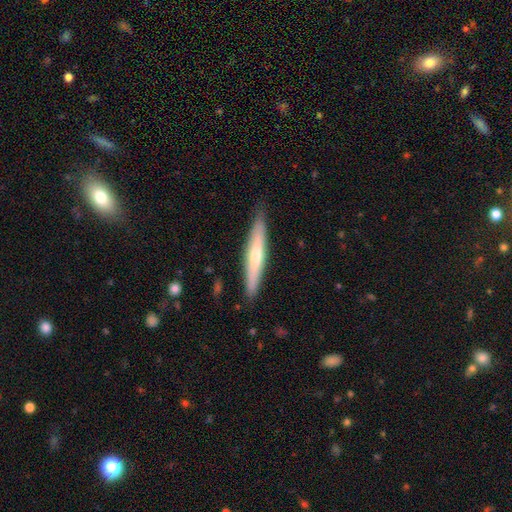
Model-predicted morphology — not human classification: Q: Smooth or featured?
A: smooth (50%); runner-up: featured or disk (45%)
Q: Merging?
A: none (87%); runner-up: minor disturbance (11%)